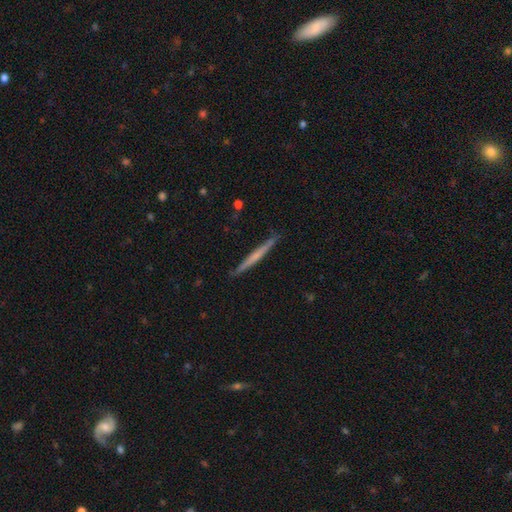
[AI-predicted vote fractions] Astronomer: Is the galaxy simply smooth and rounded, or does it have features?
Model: featured or disk — 52% (runner-up: smooth, 42%).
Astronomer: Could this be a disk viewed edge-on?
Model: yes — 97%.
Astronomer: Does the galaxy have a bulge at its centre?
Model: none — 72%.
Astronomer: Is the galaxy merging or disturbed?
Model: none — 89%.